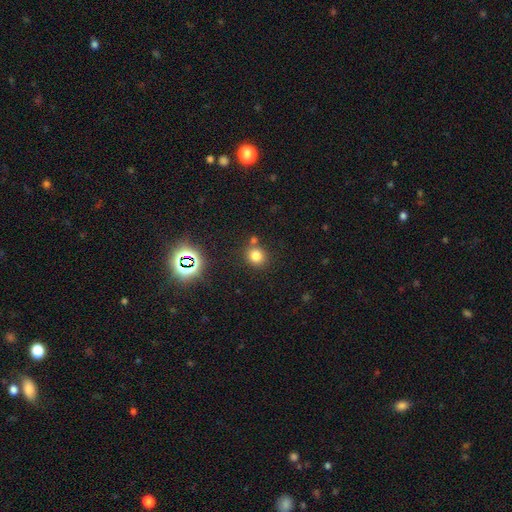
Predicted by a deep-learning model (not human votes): This is likely a smooth galaxy (76%). How rounded: clearly round (83%). Merging: likely none (71%).